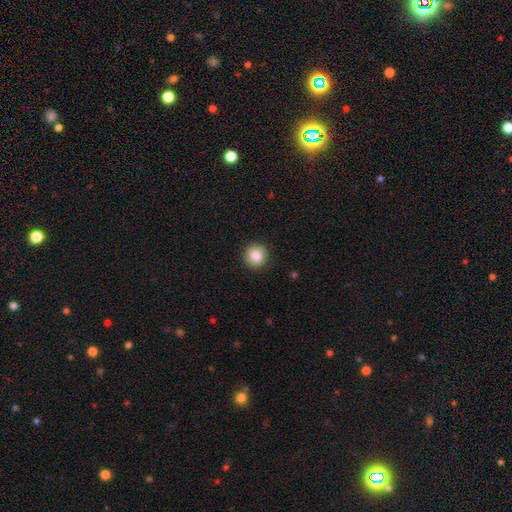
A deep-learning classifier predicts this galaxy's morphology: Smooth or featured? Predicted: smooth (p=0.86). How rounded? Predicted: round (p=0.93). Merging? Predicted: none (p=0.91).